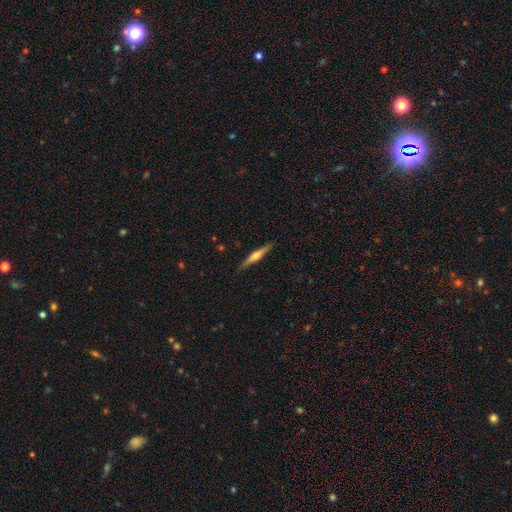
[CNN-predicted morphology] The model was most divided on "smooth or featured": featured or disk: 63%, smooth: 31%, star or artifact: 6%. More confident: edge-on disk — yes (97%); merging — none (90%); edge-on bulge — rounded (87%).